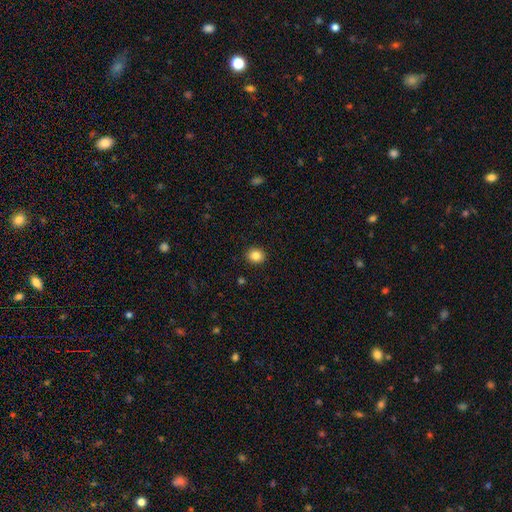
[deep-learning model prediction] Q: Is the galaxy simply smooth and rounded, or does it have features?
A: smooth — 85%.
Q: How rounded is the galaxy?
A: round — 77%.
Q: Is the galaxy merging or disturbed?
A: none — 92%.